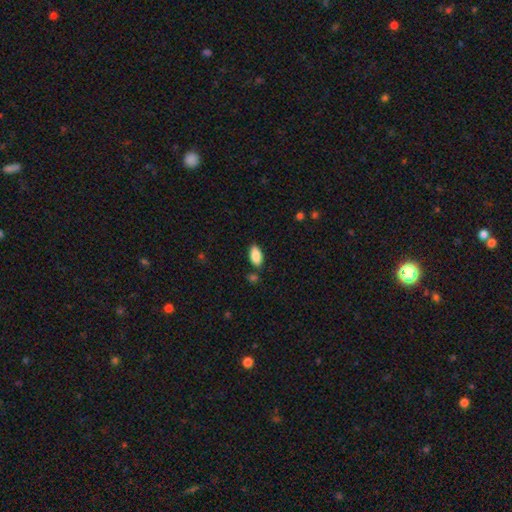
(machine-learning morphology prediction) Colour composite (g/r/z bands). It shows a smooth galaxy with no disk features (88%) that is in between round and cigar-shaped (92%). Merging: none (80%).